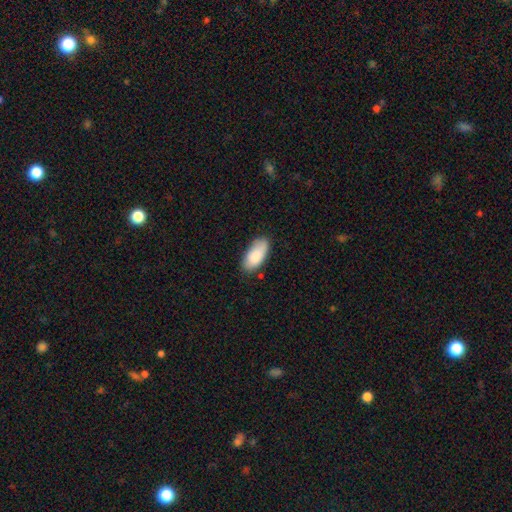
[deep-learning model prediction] Q: Smooth or featured?
A: smooth (85%); runner-up: featured or disk (9%)
Q: How rounded?
A: in between (92%); runner-up: cigar-shaped (6%)
Q: Merging?
A: none (76%); runner-up: minor disturbance (19%)